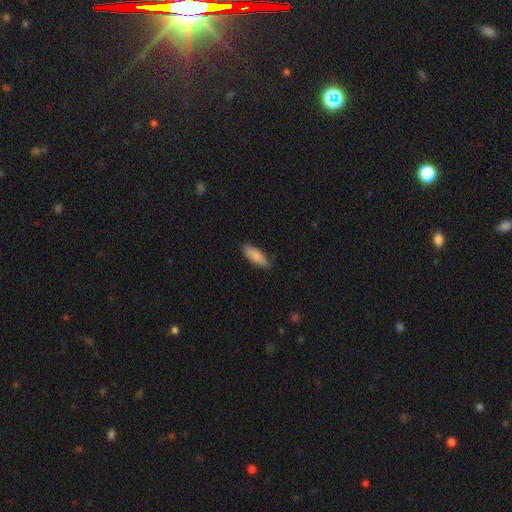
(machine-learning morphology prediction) smooth_or_featured: smooth (p=0.87) [alt: featured or disk p=0.07]
how_rounded: in between (p=0.61) [alt: cigar-shaped p=0.38]
merging: none (p=0.84) [alt: minor disturbance p=0.13]